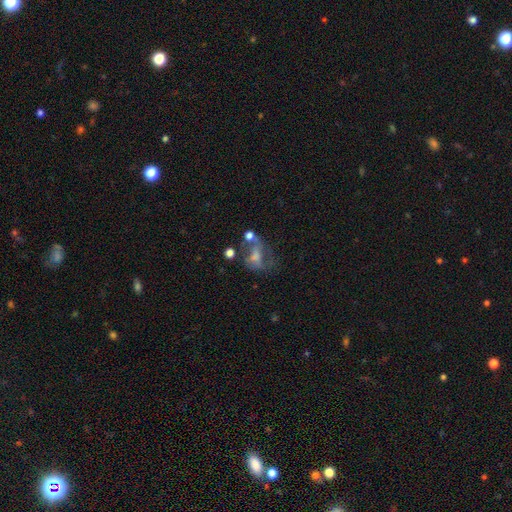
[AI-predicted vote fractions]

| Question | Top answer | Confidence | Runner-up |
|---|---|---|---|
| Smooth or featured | featured or disk | 58% | smooth (23%) |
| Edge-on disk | no | 96% | yes (4%) |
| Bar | no | 52% | weak (37%) |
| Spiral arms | yes | 64% | no (36%) |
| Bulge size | moderate | 42% | small (34%) |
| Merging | none | 38% | major disturbance (27%) |